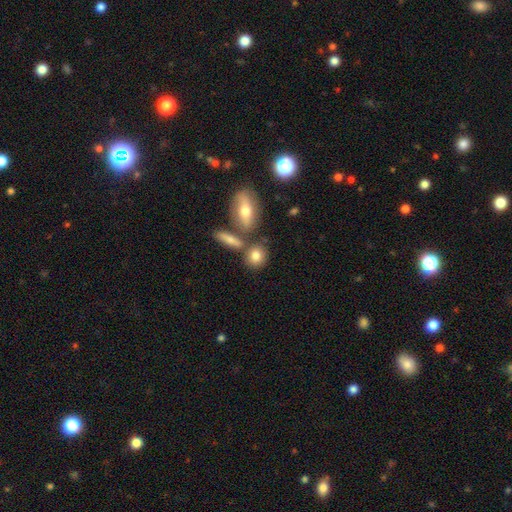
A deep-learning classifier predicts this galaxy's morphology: smooth 78%, featured or disk 13%, star or artifact 8%. Down the decision tree: how rounded — round (62%); merging — none (66%).